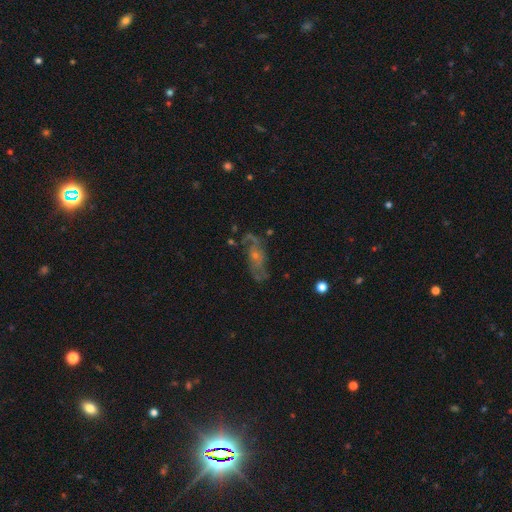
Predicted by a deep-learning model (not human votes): A featured or disk galaxy (71%) with no bar (77%), 2 (59%) medium (40%) spiral arms (81%) and a small central bulge (64%).

Vote fractions:
- Smooth or featured? featured or disk: 71% / smooth: 17% / star or artifact: 12%
- Edge-on disk? no: 90% / yes: 10%
- Bar? no: 77% / weak: 19% / strong: 4%
- Spiral arms? yes: 81% / no: 19%
- Spiral winding? medium: 40% / loose: 38% / tight: 22%
- Spiral arm count? 2: 59% / can't tell: 24% / 1: 6% / 3: 5% / 4: 3% / more than 4: 3%
- Bulge size? small: 64% / moderate: 29% / none: 4% / large: 2% / dominant: 1%
- Merging? none: 63% / minor disturbance: 20% / major disturbance: 14% / merger: 3%